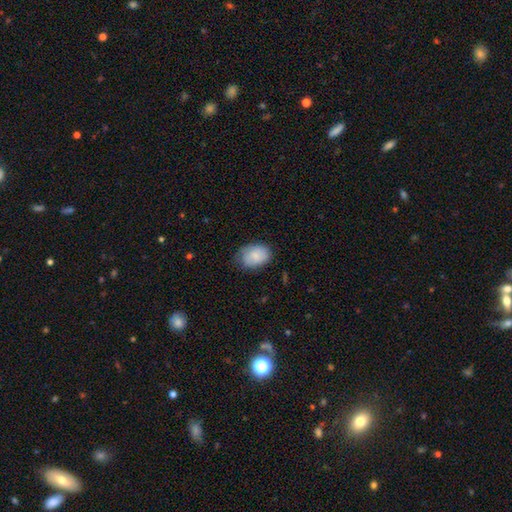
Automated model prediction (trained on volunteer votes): A smooth galaxy with no disk features (84%) that is in between round and cigar-shaped (76%).

Vote fractions:
- Smooth or featured? smooth: 84% / featured or disk: 9% / star or artifact: 7%
- How rounded? in between: 76% / round: 23% / cigar-shaped: 1%
- Merging? none: 64% / minor disturbance: 28% / major disturbance: 6% / merger: 1%